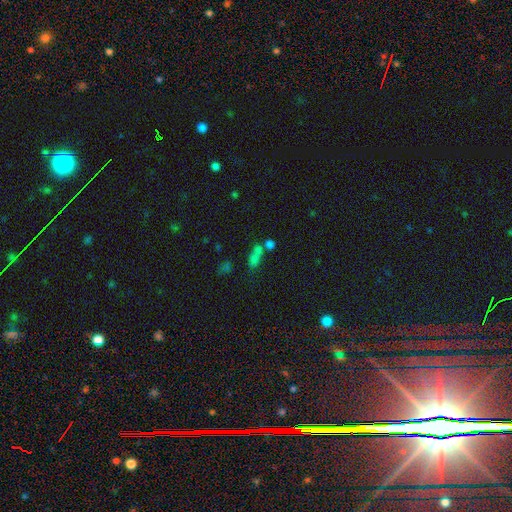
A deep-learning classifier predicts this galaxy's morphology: type=smooth (63%); roundness=in between (59%); merging=merger (54%).